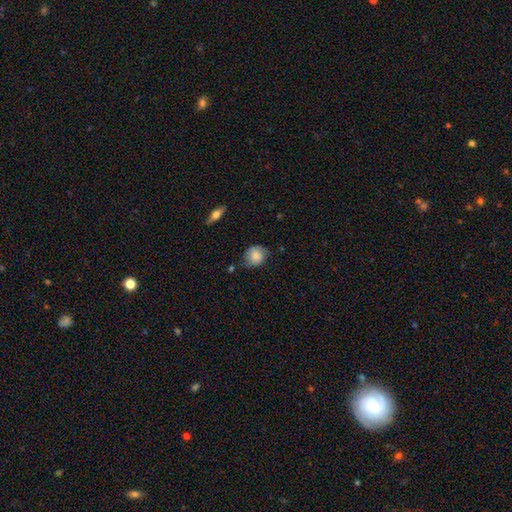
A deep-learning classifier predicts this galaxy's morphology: Overall: smooth (78%). How rounded: round (76%). Merging: none (66%; minor disturbance 26%).